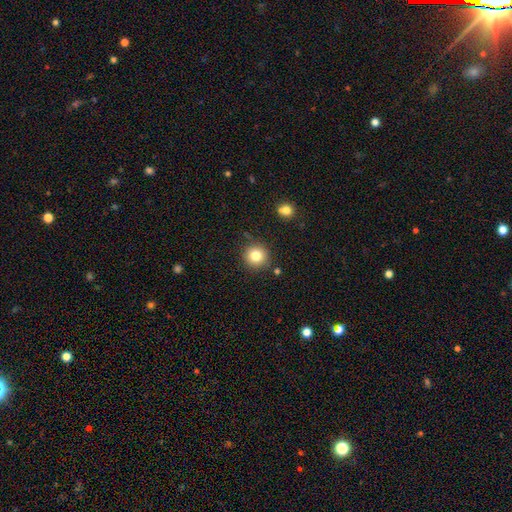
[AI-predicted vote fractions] smooth_or_featured: smooth (p=0.81) [alt: star or artifact p=0.11]
how_rounded: round (p=0.94) [alt: in between p=0.06]
merging: none (p=0.86) [alt: minor disturbance p=0.09]